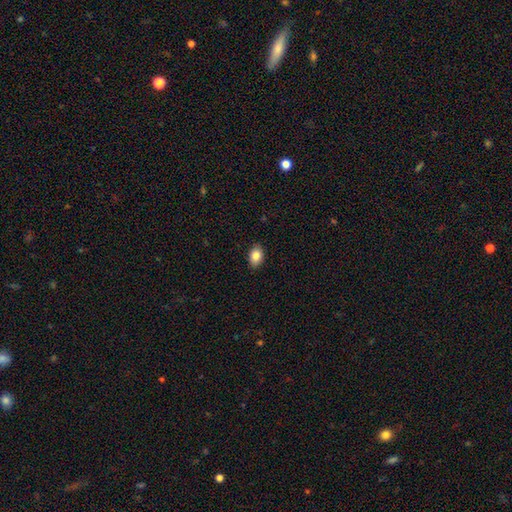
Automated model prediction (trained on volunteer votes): smooth-or-featured: smooth: 85% | star or artifact: 8% | featured or disk: 7%
  how-rounded: in between: 83% | round: 16% | cigar-shaped: 1%
  merging: none: 89% | minor disturbance: 8% | major disturbance: 2% | merger: 1%